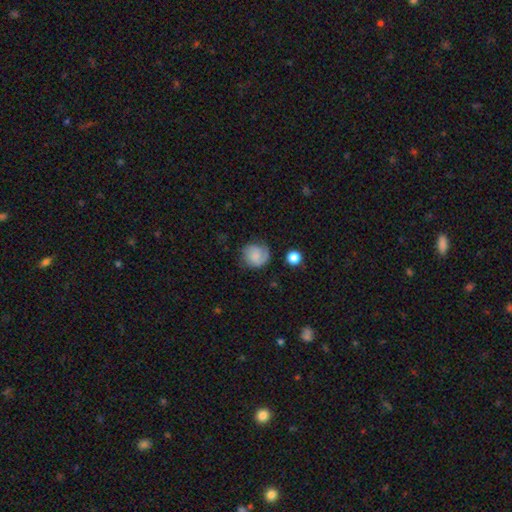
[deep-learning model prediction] smooth_or_featured: smooth (p=0.58) [alt: featured or disk p=0.34]
how_rounded: round (p=0.86) [alt: in between p=0.13]
merging: none (p=0.69) [alt: minor disturbance p=0.21]